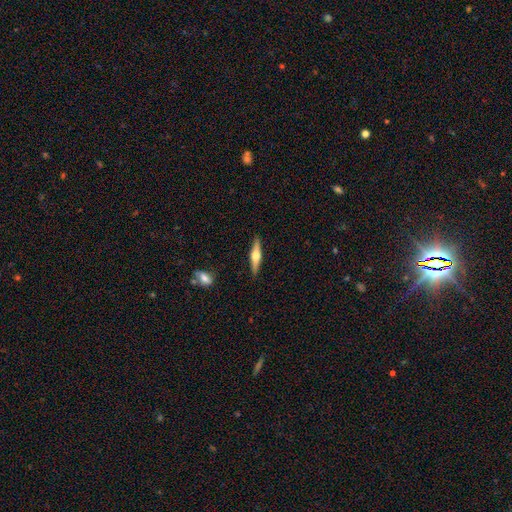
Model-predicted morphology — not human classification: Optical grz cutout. It shows a featured or disk galaxy (62%) viewed edge-on (96%) with a rounded central bulge (93%). Merging: none (89%).